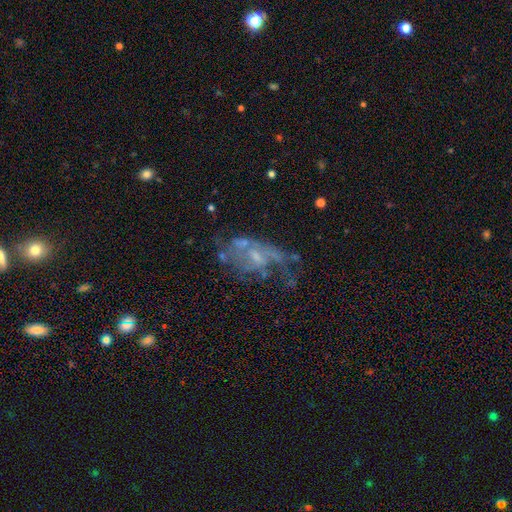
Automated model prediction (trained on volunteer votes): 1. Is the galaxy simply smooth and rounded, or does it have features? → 67% featured or disk, 18% smooth, 15% star or artifact.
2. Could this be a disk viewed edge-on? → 95% no, 5% yes.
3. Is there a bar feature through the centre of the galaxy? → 63% no, 30% weak, 7% strong.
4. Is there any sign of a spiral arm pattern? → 51% yes, 49% no.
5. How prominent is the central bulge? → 49% small, 25% moderate, 23% none, 2% large, 1% dominant.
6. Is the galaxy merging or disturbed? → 40% none, 31% major disturbance, 20% minor disturbance, 9% merger.